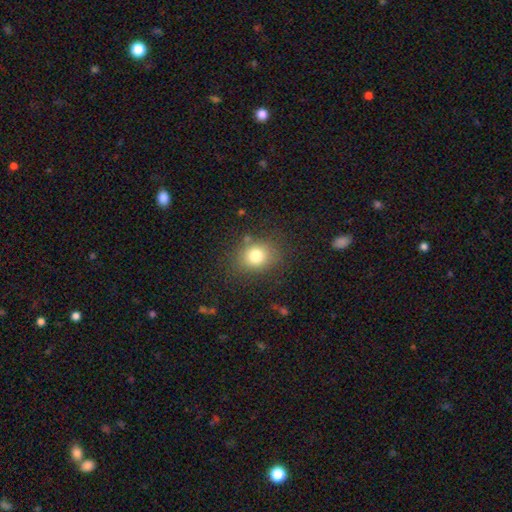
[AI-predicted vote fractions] smooth_or_featured: smooth (p=0.78) [alt: star or artifact p=0.13]
how_rounded: round (p=0.62) [alt: in between p=0.37]
merging: none (p=0.80) [alt: minor disturbance p=0.12]